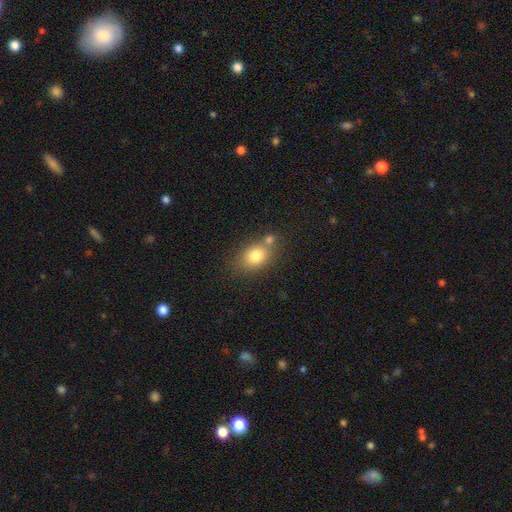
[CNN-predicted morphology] smooth 79%, featured or disk 11%, star or artifact 10%. Down the decision tree: how rounded — in between (67%); merging — none (57%).